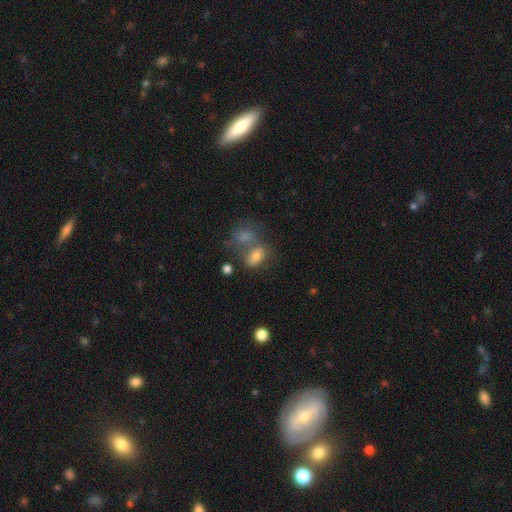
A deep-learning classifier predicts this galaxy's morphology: Overall: smooth (72%). How rounded: in between (80%). Merging: merger (45%; none 35%).